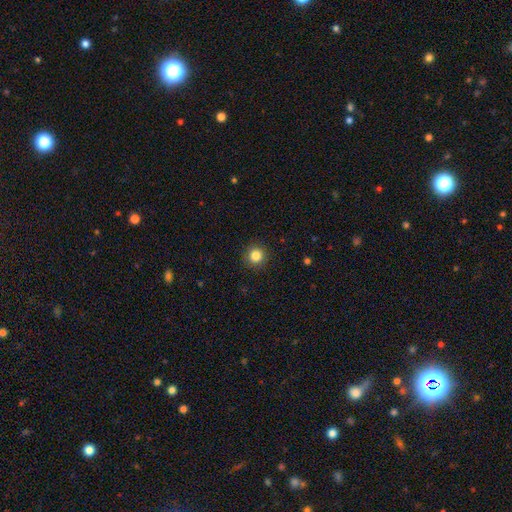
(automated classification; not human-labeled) This appears to be a smooth galaxy with no disk features (85%) that is round (93%). Merging: none (91%).